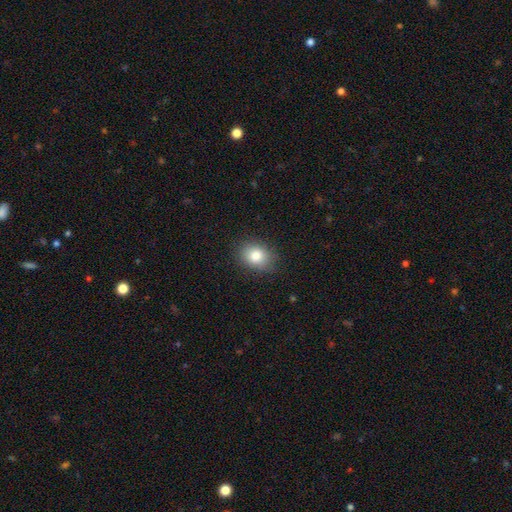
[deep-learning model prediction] This is clearly a smooth galaxy (83%). How rounded: possibly in between (57%). Merging: clearly none (84%).